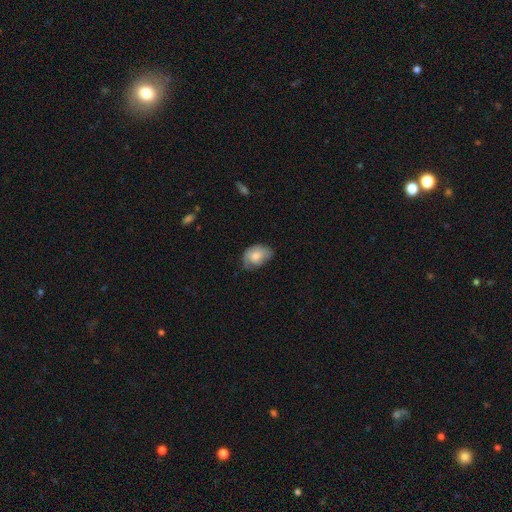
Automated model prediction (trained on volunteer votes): A smooth galaxy with no disk features (68%) that is in between round and cigar-shaped (77%). Merging: none (45%).